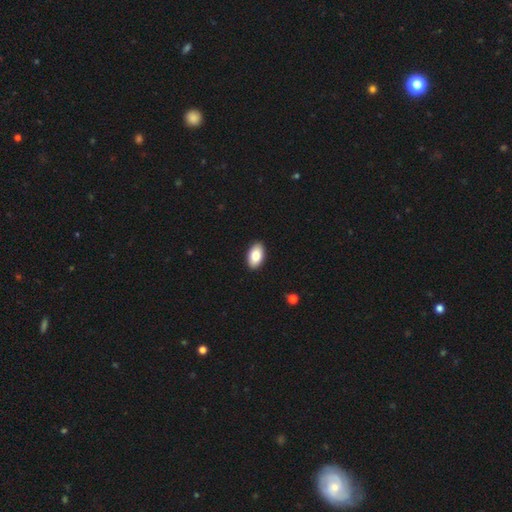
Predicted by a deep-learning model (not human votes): A smooth galaxy with no disk features (83%) that is in between round and cigar-shaped (95%). Merging: none (91%).